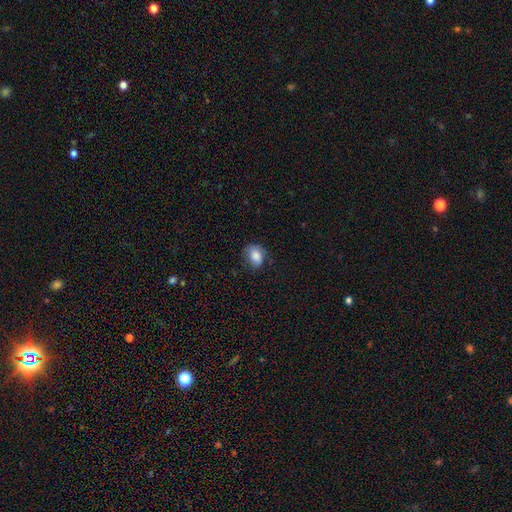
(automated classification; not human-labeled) Overall: smooth (81%). How rounded: in between (61%; round 38%). Merging: none (60%; minor disturbance 27%).